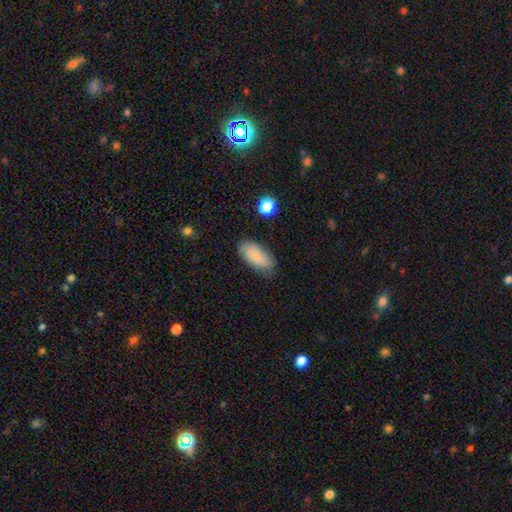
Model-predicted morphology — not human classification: smooth 79%, featured or disk 14%, star or artifact 7%. Down the decision tree: how rounded — in between (91%); merging — none (77%).